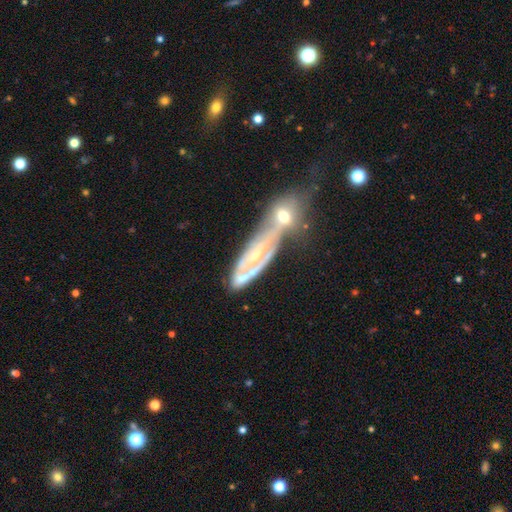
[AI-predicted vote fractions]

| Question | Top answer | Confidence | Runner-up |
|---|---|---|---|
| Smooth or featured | featured or disk | 77% | smooth (15%) |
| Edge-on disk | no | 76% | yes (24%) |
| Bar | no | 50% | weak (30%) |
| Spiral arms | yes | 74% | no (26%) |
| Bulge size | small | 65% | moderate (27%) |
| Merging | merger | 46% | none (28%) |